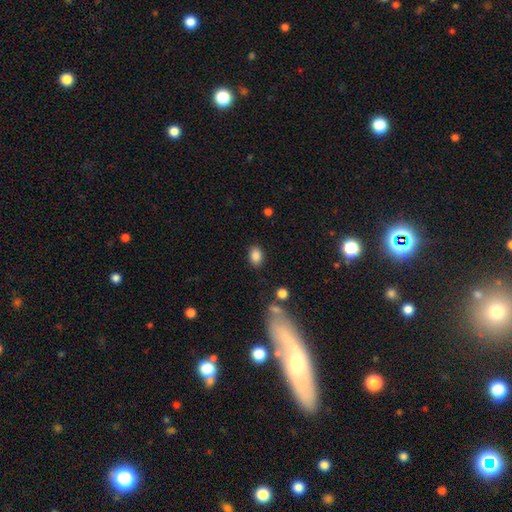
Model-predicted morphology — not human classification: Smooth or featured?
  - smooth: 86% *
  - star or artifact: 9%
  - featured or disk: 5%
How rounded?
  - in between: 81% *
  - round: 17%
  - cigar-shaped: 1%
Merging?
  - none: 84% *
  - minor disturbance: 10%
  - major disturbance: 3%
  - merger: 3%